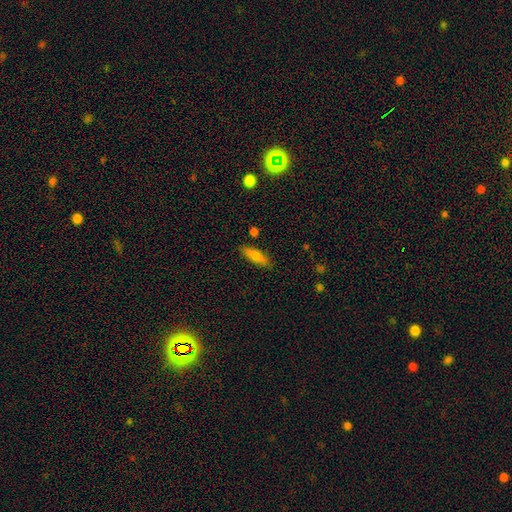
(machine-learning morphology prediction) Smooth or featured? smooth (81%)
How rounded? cigar-shaped (51%)
Merging? none (85%)